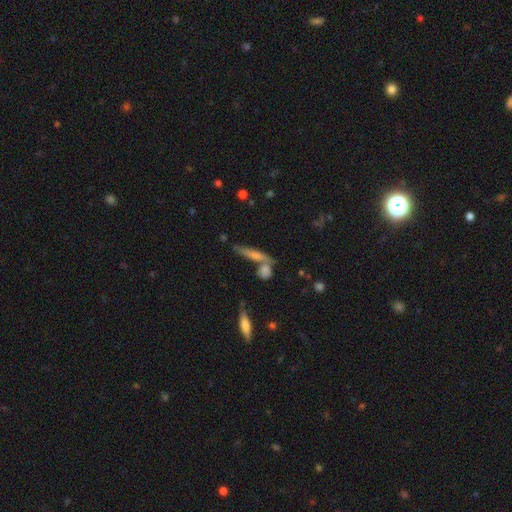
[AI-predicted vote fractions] Q: Smooth or featured?
A: smooth (55%); runner-up: featured or disk (36%)
Q: How rounded?
A: cigar-shaped (83%); runner-up: in between (13%)
Q: Merging?
A: none (57%); runner-up: merger (26%)